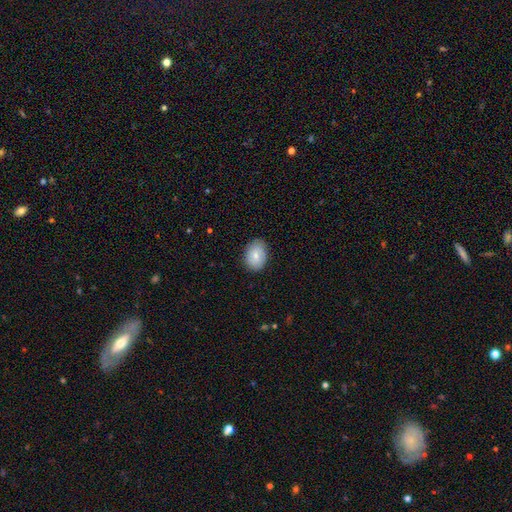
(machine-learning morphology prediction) A smooth galaxy with no disk features (72%) that is in between round and cigar-shaped (71%).

Vote fractions:
- Smooth or featured? smooth: 72% / featured or disk: 21% / star or artifact: 7%
- How rounded? in between: 71% / round: 28% / cigar-shaped: 1%
- Merging? none: 83% / minor disturbance: 14% / major disturbance: 3% / merger: 1%